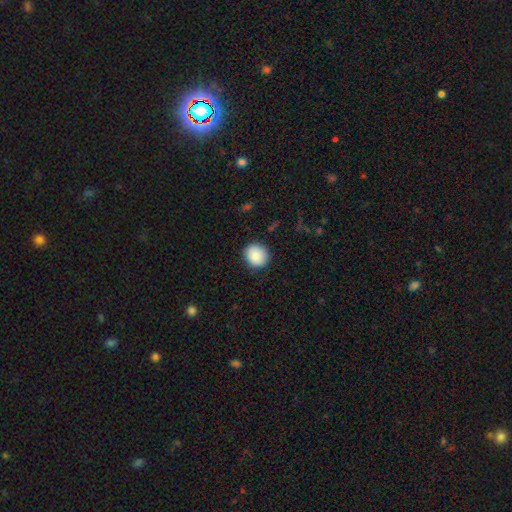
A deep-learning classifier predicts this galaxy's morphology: A smooth galaxy with no disk features (89%) that is round (87%). Merging: none (88%).